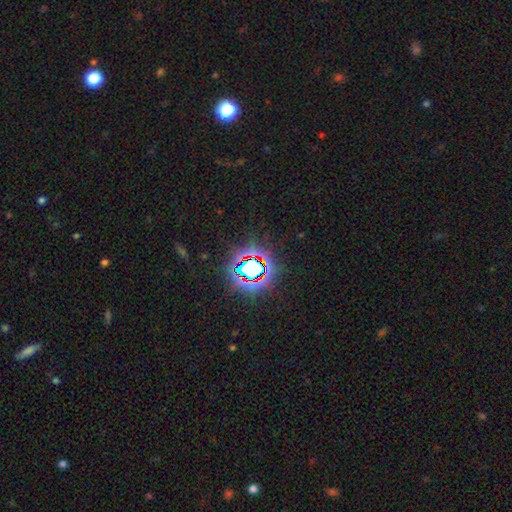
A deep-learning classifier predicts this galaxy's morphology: star or artifact 81%, smooth 11%, featured or disk 8%.